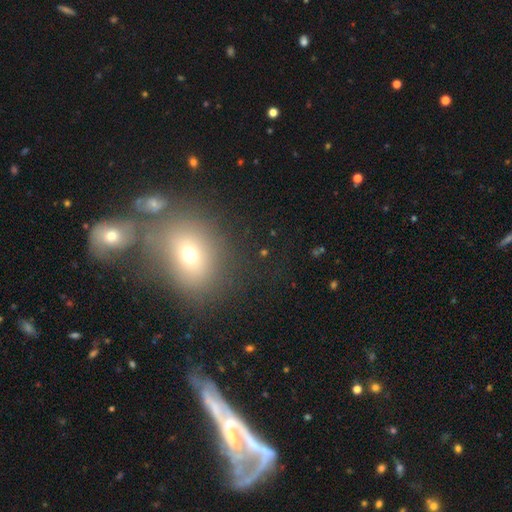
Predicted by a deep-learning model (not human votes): Smooth or featured? smooth (45%)
Merging? none (61%)